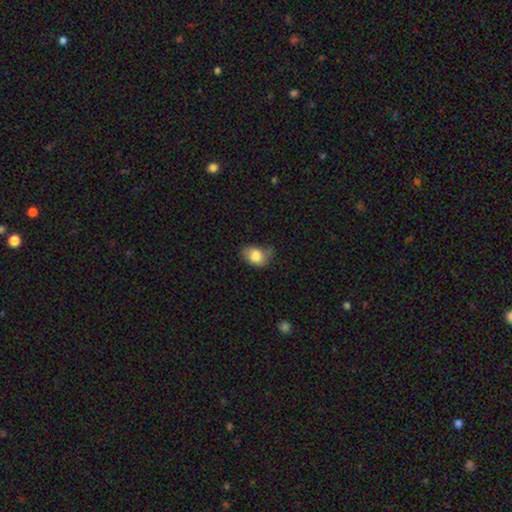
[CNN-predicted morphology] Q: Smooth or featured?
A: smooth (83%); runner-up: featured or disk (9%)
Q: How rounded?
A: in between (69%); runner-up: round (30%)
Q: Merging?
A: none (51%); runner-up: minor disturbance (36%)